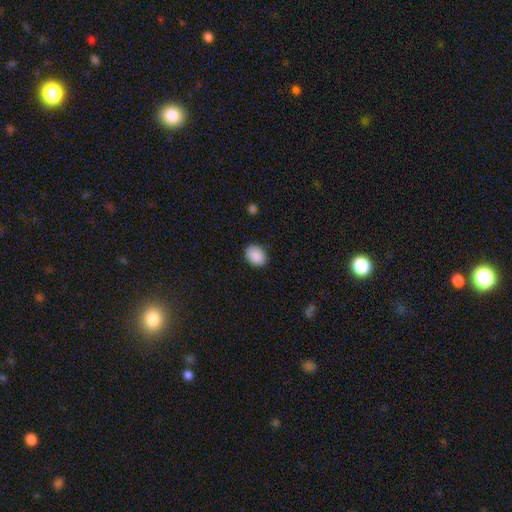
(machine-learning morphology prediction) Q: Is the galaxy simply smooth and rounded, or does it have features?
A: smooth — 90%.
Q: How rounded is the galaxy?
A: in between — 69%.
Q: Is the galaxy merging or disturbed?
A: none — 88%.